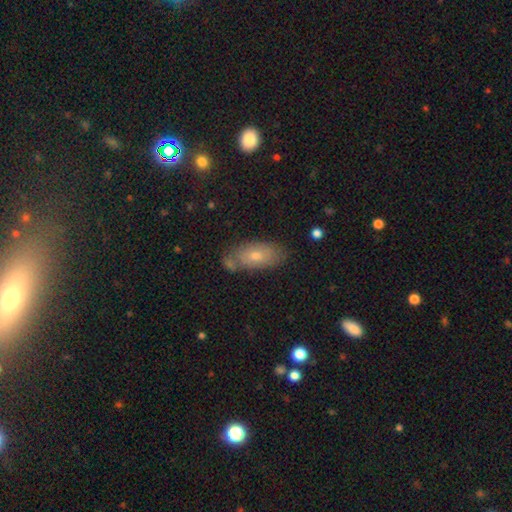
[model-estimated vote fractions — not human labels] smooth 59%, featured or disk 31%, star or artifact 10%. Down the decision tree: how rounded — in between (87%); merging — none (69%).